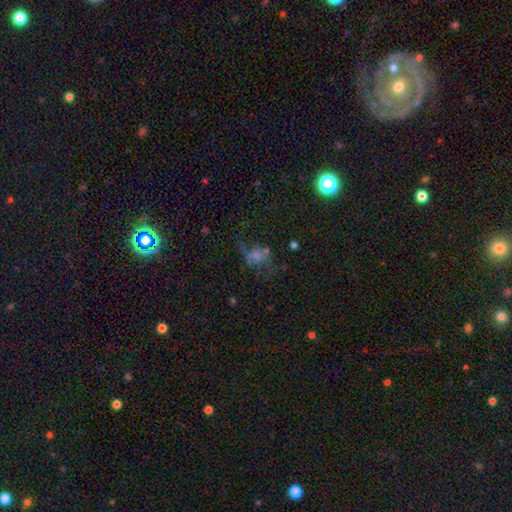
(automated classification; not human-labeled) Smooth or featured?
  - featured or disk: 35% * (tied)
  - smooth: 35% * (tied)
  - star or artifact: 29%
Merging?
  - none: 38% *
  - major disturbance: 37%
  - minor disturbance: 19%
  - merger: 6%